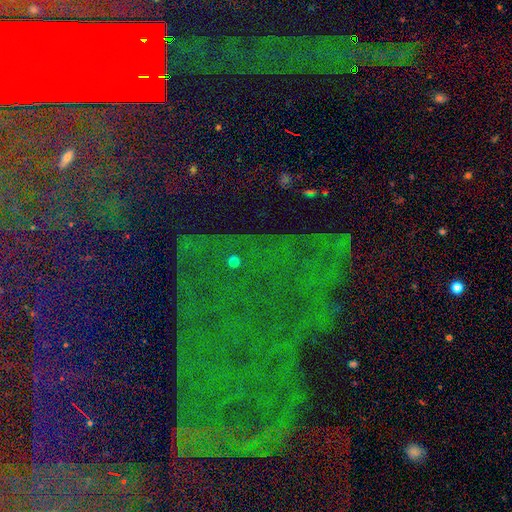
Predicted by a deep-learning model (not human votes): The model was most divided on "smooth or featured": star or artifact: 80%, featured or disk: 11%, smooth: 9%.